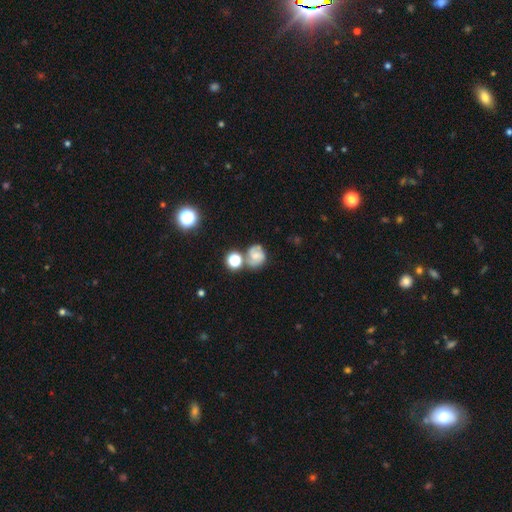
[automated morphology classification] The model was most divided on "bulge size": small: 49%, moderate: 36%, none: 9%, large: 4%, dominant: 2%. More confident: edge-on disk — no (97%); spiral arms — yes (85%); bar — no (61%); merging — none (52%); smooth or featured — featured or disk (51%).